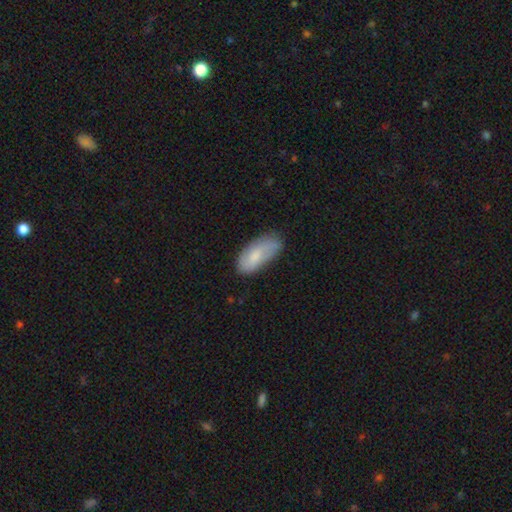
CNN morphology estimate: Smooth or featured? Predicted: smooth (p=0.70). How rounded? Predicted: in between (p=0.89). Merging? Predicted: none (p=0.63).